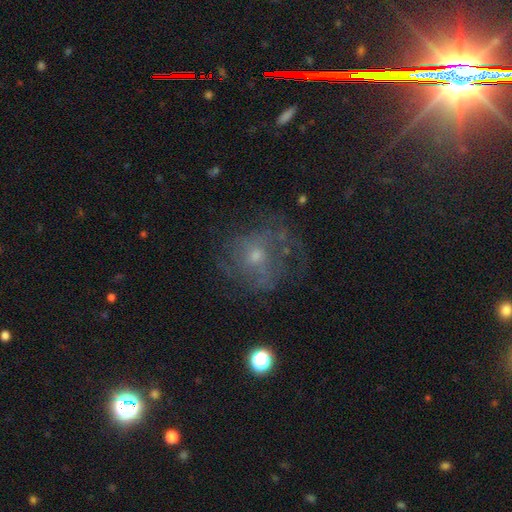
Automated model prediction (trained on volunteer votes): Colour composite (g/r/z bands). It shows a featured or disk galaxy (48%). Merging: none (62%).